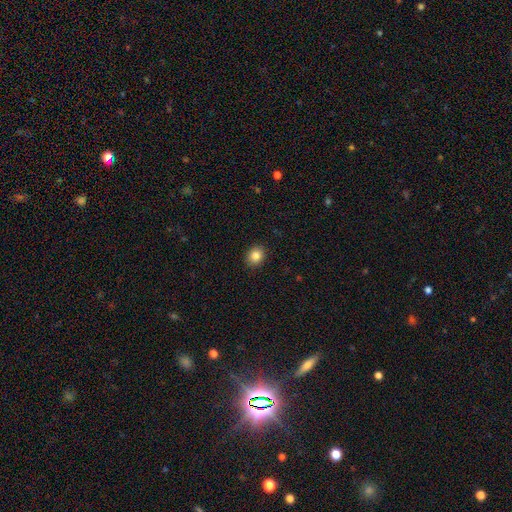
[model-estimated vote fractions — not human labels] A smooth galaxy with no disk features (85%) that is round (70%).

Vote fractions:
- Smooth or featured? smooth: 85% / star or artifact: 10% / featured or disk: 5%
- How rounded? round: 70% / in between: 29% / cigar-shaped: 1%
- Merging? none: 91% / minor disturbance: 6% / major disturbance: 2% / merger: 1%